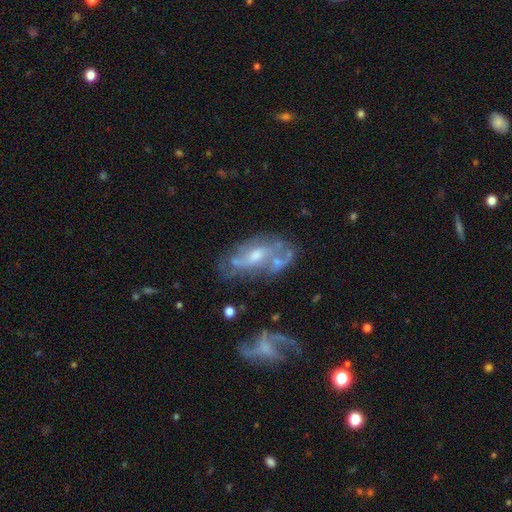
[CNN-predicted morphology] This appears to be a featured or disk galaxy (71%) with no bar (56%), spiral arms (67%) and a moderate central bulge (48%). Merging: none (49%).